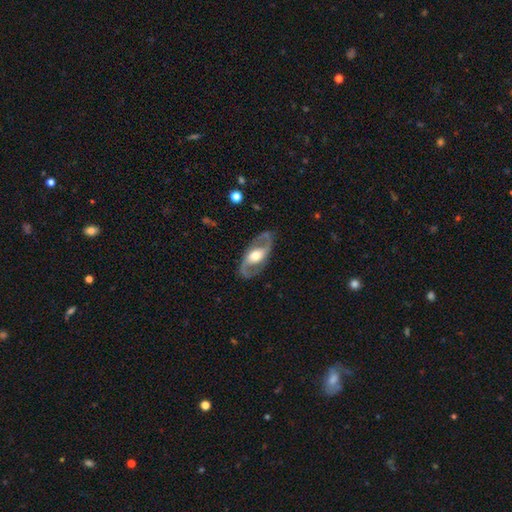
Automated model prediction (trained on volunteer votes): A featured or disk galaxy (84%) with no bar (44%), 2 (91%) medium (53%) spiral arms (85%) and a moderate central bulge (64%).

Vote fractions:
- Smooth or featured? featured or disk: 84% / smooth: 12% / star or artifact: 4%
- Edge-on disk? no: 93% / yes: 7%
- Bar? no: 44% / weak: 34% / strong: 23%
- Spiral arms? yes: 85% / no: 15%
- Spiral winding? medium: 53% / loose: 29% / tight: 18%
- Spiral arm count? 2: 91% / can't tell: 4% / 1: 2% / 3: 1% / 4: 1% / more than 4: 1%
- Bulge size? moderate: 64% / large: 23% / small: 10% / dominant: 2% / none: 1%
- Merging? none: 84% / minor disturbance: 10% / major disturbance: 5% / merger: 1%